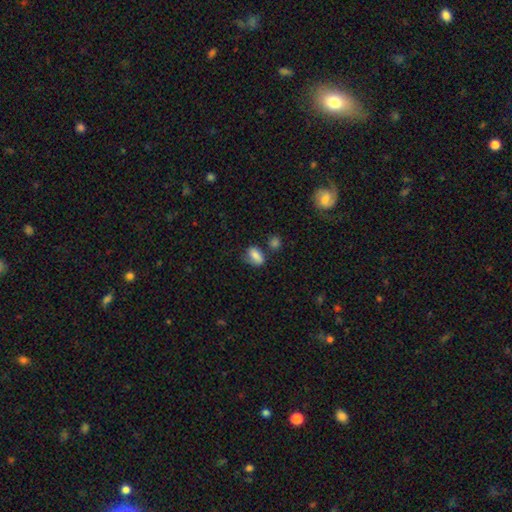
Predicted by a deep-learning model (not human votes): Smooth or featured: smooth — 79% (featured or disk — 12%)
How rounded: in between — 84% (round — 12%)
Merging: none — 52% (minor disturbance — 28%)